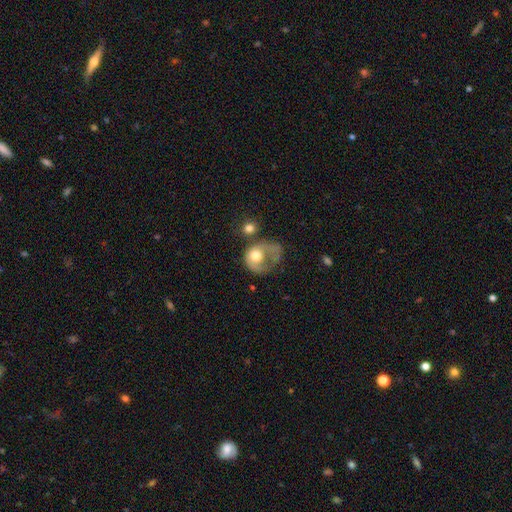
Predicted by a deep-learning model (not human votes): A smooth galaxy with no disk features (56%) that is round (56%). Merging: major disturbance (50%).